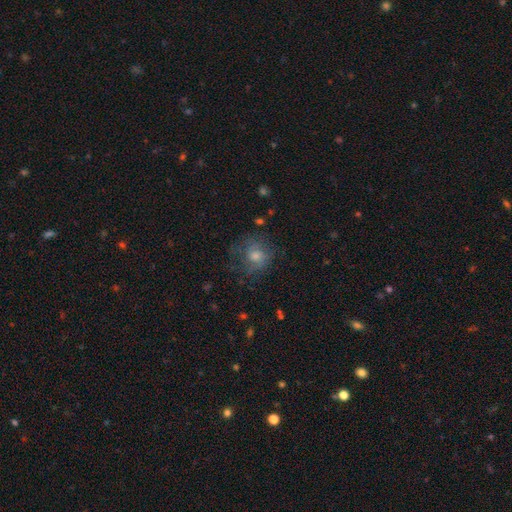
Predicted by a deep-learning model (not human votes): The model was most divided on "smooth or featured": smooth: 51%, featured or disk: 32%, star or artifact: 17%. More confident: how rounded — round (79%); merging — none (65%).